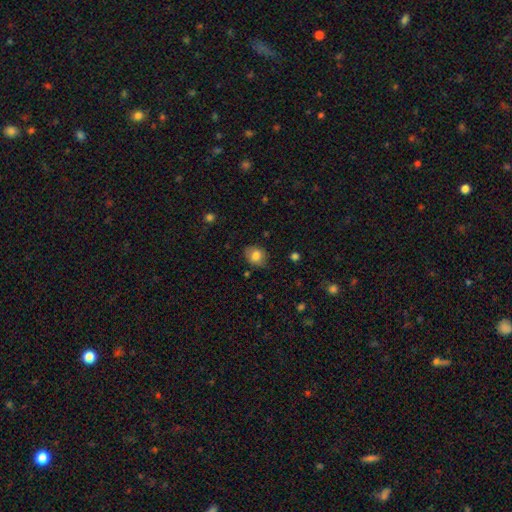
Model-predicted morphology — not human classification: The model was most divided on "how rounded": round: 55%, in between: 44%, cigar-shaped: 1%. More confident: smooth or featured — smooth (80%); merging — none (74%).